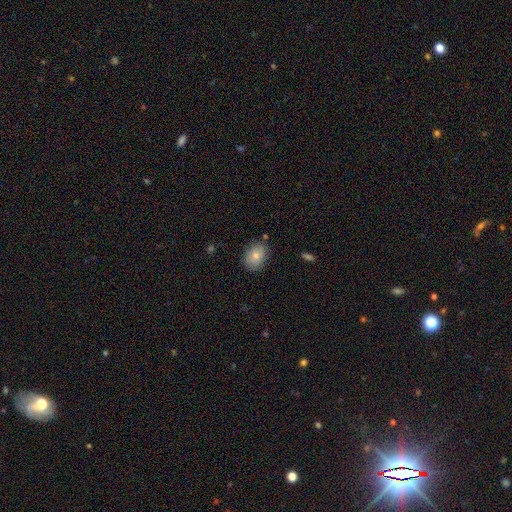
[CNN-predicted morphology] Smooth or featured? smooth (80%)
How rounded? in between (73%)
Merging? none (81%)